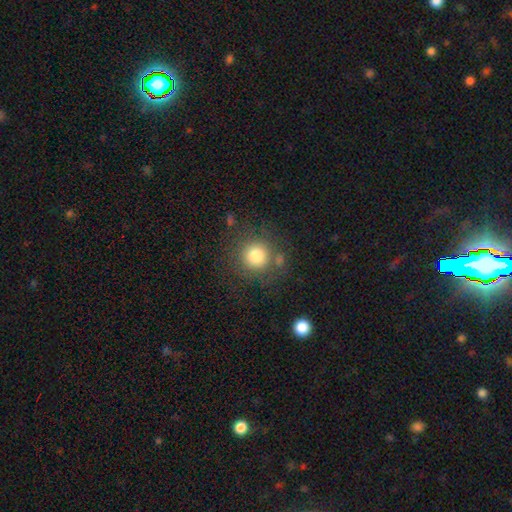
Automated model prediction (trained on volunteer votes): Q: Smooth or featured?
A: smooth (80%); runner-up: star or artifact (11%)
Q: How rounded?
A: round (92%); runner-up: in between (7%)
Q: Merging?
A: none (76%); runner-up: minor disturbance (11%)